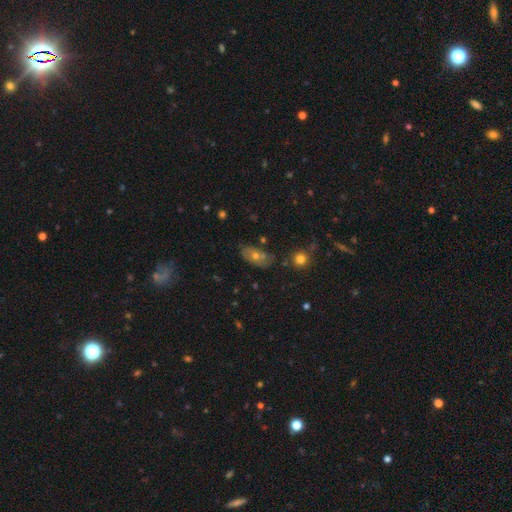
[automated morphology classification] This appears to be a smooth galaxy with no disk features (45%). Merging: none (68%).